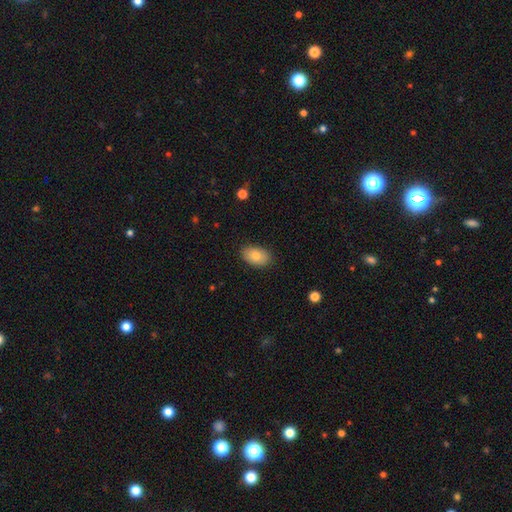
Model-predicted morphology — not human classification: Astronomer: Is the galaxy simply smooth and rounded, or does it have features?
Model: smooth — 79%.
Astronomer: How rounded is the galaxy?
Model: in between — 89%.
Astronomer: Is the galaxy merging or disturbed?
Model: none — 86%.